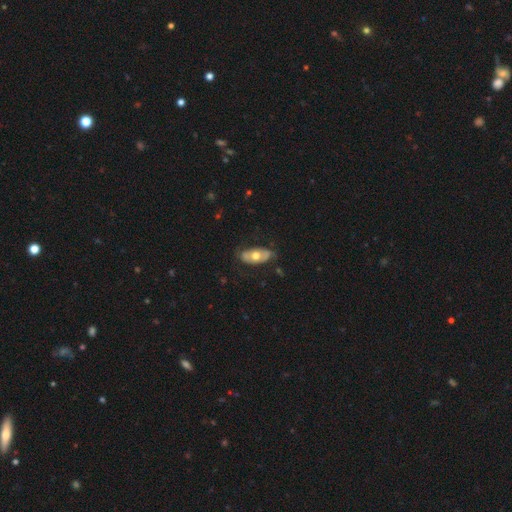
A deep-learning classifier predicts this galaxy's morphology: Smooth or featured? featured or disk (49%)
Merging? none (69%)